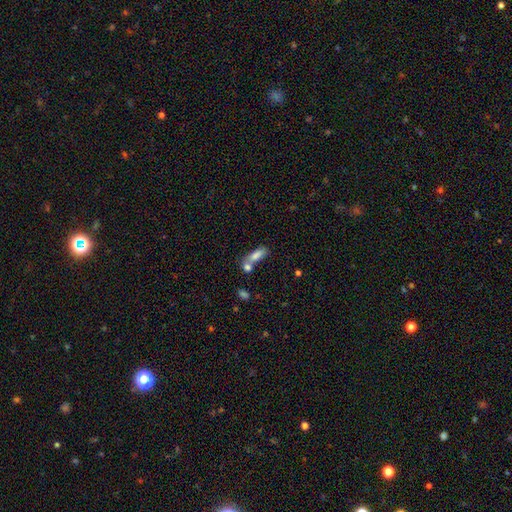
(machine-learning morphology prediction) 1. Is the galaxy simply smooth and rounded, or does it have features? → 79% smooth, 12% featured or disk, 9% star or artifact.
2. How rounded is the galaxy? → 71% in between, 25% cigar-shaped, 4% round.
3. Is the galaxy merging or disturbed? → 47% merger, 37% none, 11% minor disturbance, 5% major disturbance.